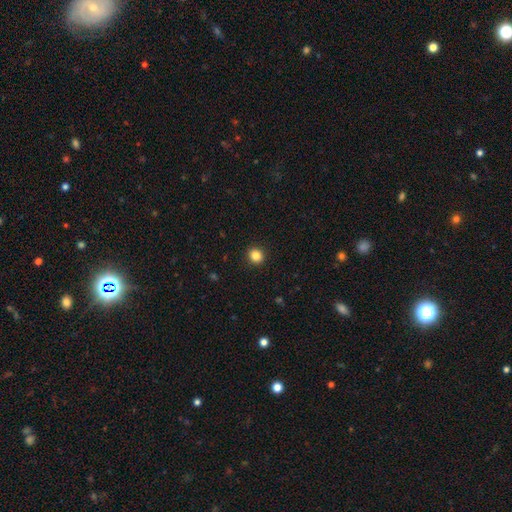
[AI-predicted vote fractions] Q: Smooth or featured?
A: smooth (84%); runner-up: star or artifact (11%)
Q: How rounded?
A: round (90%); runner-up: in between (9%)
Q: Merging?
A: none (93%); runner-up: minor disturbance (5%)